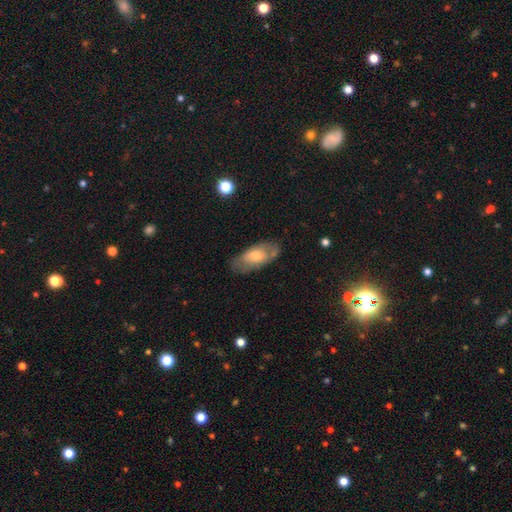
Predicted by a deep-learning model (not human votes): Morphology: type=smooth (58%); roundness=in between (89%); merging=none (68%).